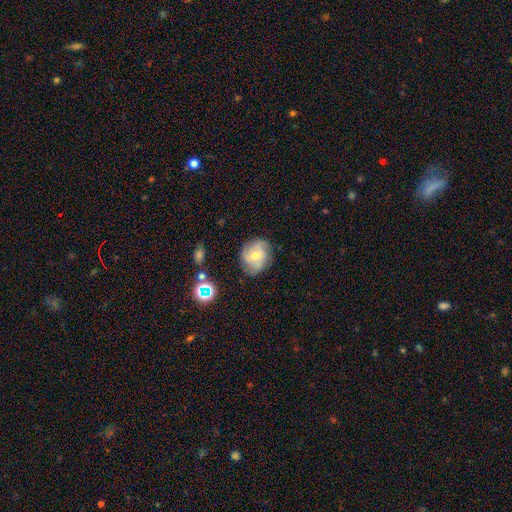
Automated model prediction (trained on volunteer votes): smooth-or-featured: featured or disk: 54% | smooth: 37% | star or artifact: 10%
  disk-edge-on: no: 97% | yes: 3%
    bar: no: 65% | weak: 29% | strong: 6%
    has-spiral-arms: yes: 84% | no: 16%
    bulge-size: moderate: 50% | small: 45% | large: 2% | none: 2% | dominant: 1%
  merging: none: 70% | minor disturbance: 22% | major disturbance: 7% | merger: 2%